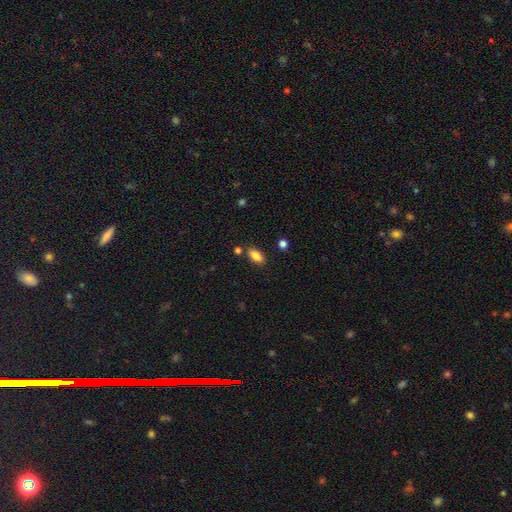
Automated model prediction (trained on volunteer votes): Smooth or featured? smooth (87%)
How rounded? in between (88%)
Merging? none (82%)